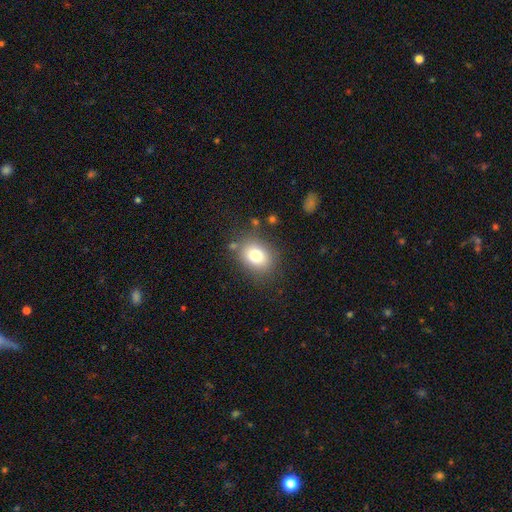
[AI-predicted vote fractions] A smooth galaxy with no disk features (78%) that is in between round and cigar-shaped (50%). Merging: none (79%).